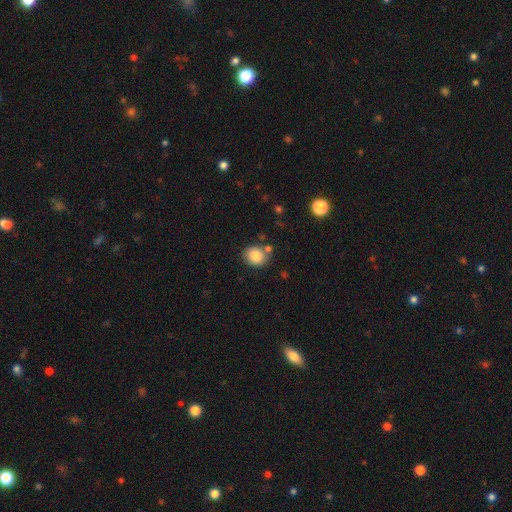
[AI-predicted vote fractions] Smooth or featured? Predicted: smooth (p=0.84). How rounded? Predicted: round (p=0.72). Merging? Predicted: none (p=0.75).